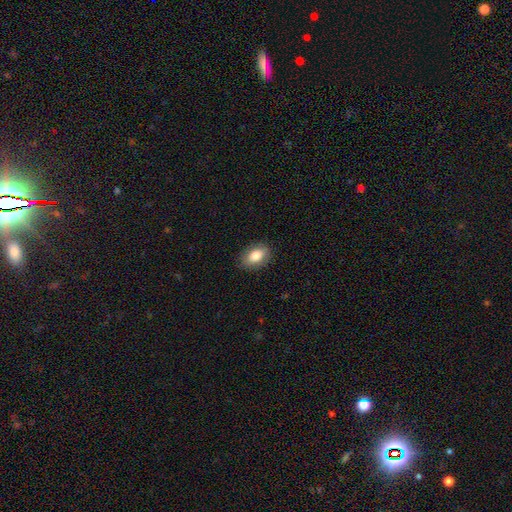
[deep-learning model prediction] Overall: smooth (80%). How rounded: in between (86%). Merging: none (86%).